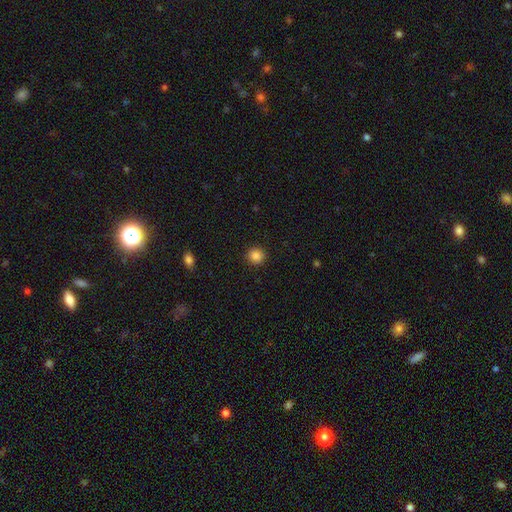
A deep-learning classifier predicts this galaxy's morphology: A smooth galaxy with no disk features (86%) that is round (94%). Merging: none (93%).